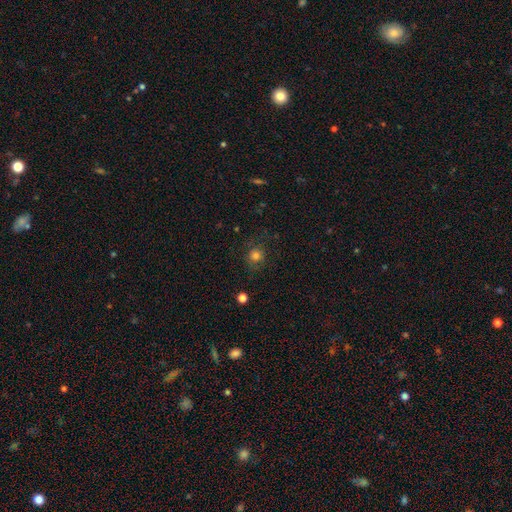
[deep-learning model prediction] Smooth or featured: smooth — 77% (star or artifact — 14%)
How rounded: round — 87% (in between — 12%)
Merging: none — 78% (minor disturbance — 14%)